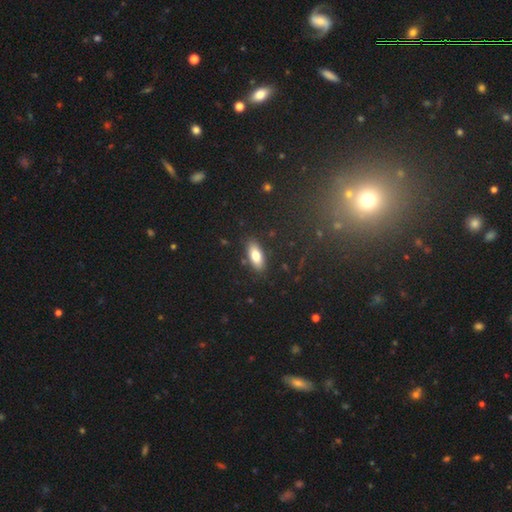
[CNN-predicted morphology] Q: Smooth or featured?
A: smooth (78%); runner-up: featured or disk (15%)
Q: How rounded?
A: in between (81%); runner-up: cigar-shaped (17%)
Q: Merging?
A: none (86%); runner-up: minor disturbance (10%)